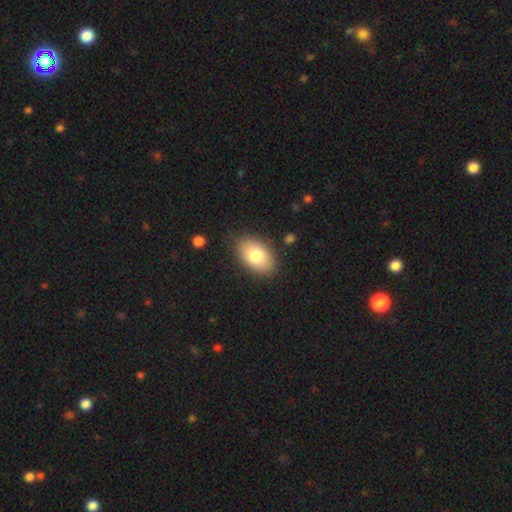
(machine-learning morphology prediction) Smooth or featured? smooth (81%)
How rounded? in between (92%)
Merging? none (83%)